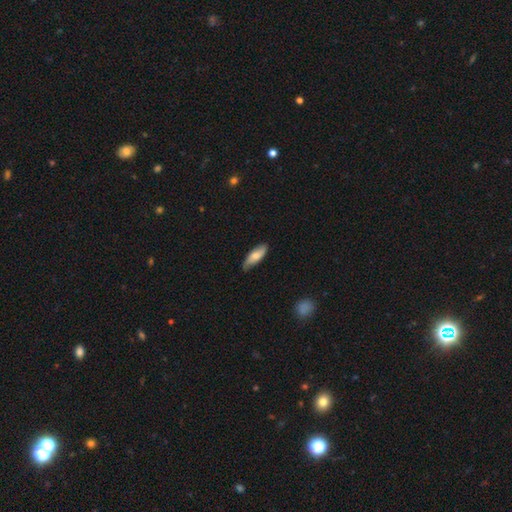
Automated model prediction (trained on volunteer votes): Overall: smooth (70%). How rounded: in between (64%; cigar-shaped 33%). Merging: none (76%).